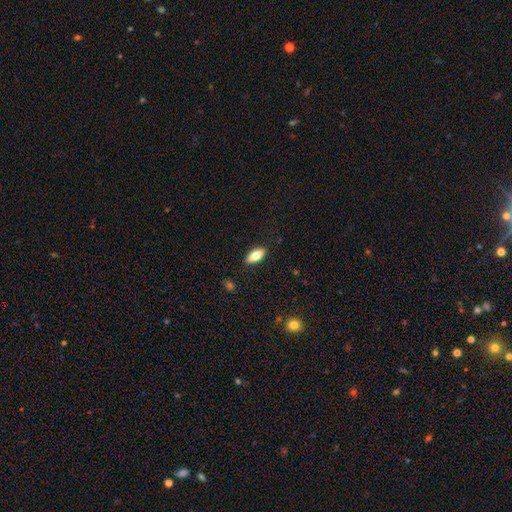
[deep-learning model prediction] Smooth or featured? smooth (71%)
How rounded? in between (79%)
Merging? none (88%)